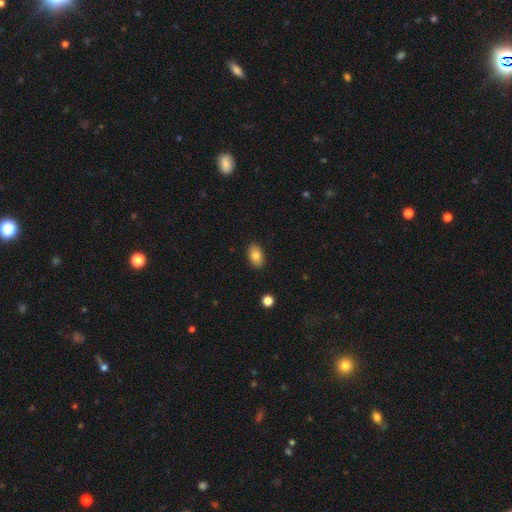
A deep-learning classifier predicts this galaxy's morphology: Overall: smooth (82%). How rounded: in between (88%). Merging: none (88%).